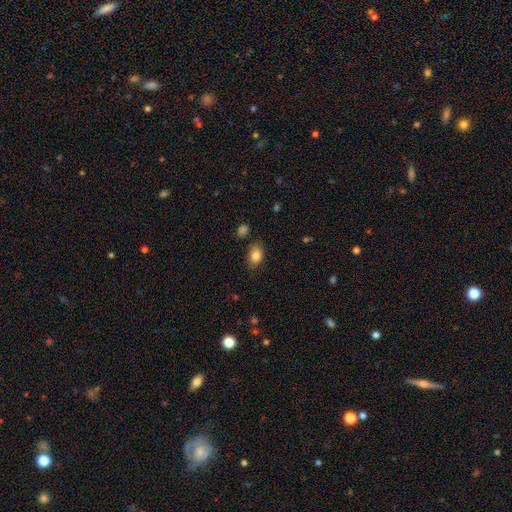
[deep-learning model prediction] This appears to be a smooth galaxy with no disk features (85%) that is in between round and cigar-shaped (76%). Merging: none (77%).